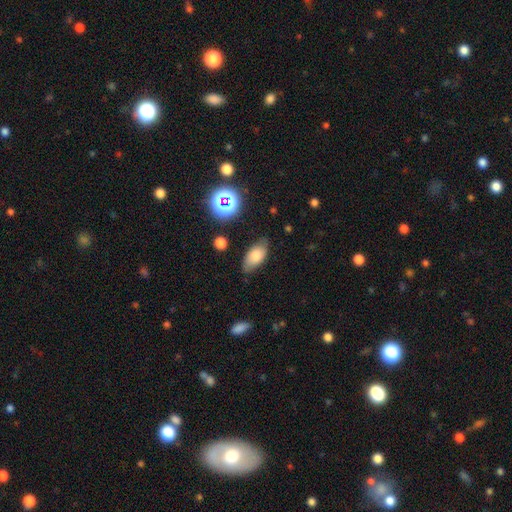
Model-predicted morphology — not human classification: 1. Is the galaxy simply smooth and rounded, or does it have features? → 76% smooth, 14% featured or disk, 10% star or artifact.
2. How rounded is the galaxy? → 91% in between, 5% cigar-shaped, 4% round.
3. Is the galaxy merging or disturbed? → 75% none, 19% minor disturbance, 4% major disturbance, 2% merger.